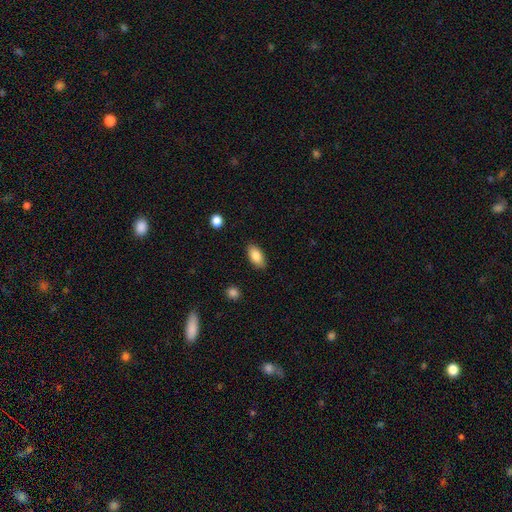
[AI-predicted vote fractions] smooth_or_featured: smooth (p=0.84) [alt: featured or disk p=0.09]
how_rounded: in between (p=0.90) [alt: cigar-shaped p=0.06]
merging: none (p=0.86) [alt: minor disturbance p=0.10]